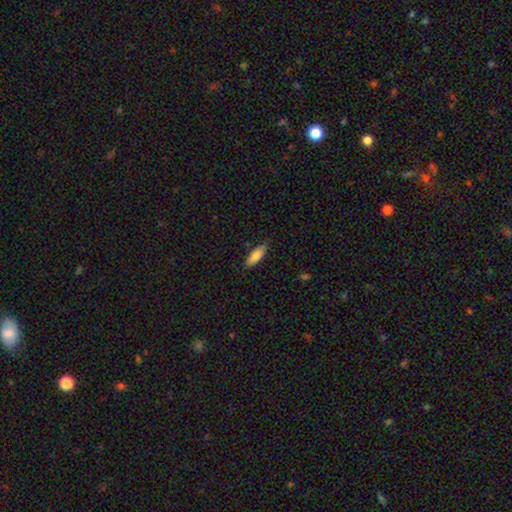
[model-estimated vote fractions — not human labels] smooth_or_featured: smooth (p=0.80) [alt: featured or disk p=0.14]
how_rounded: in between (p=0.60) [alt: cigar-shaped p=0.38]
merging: none (p=0.84) [alt: minor disturbance p=0.12]